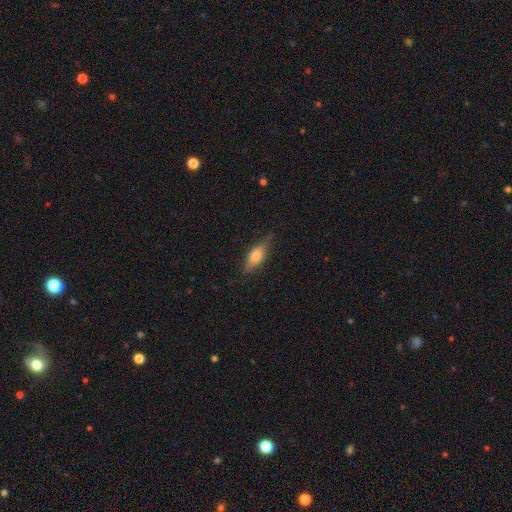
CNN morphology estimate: smooth-or-featured: smooth: 62% | featured or disk: 31% | star or artifact: 7%
  how-rounded: in between: 62% | cigar-shaped: 34% | round: 3%
  merging: none: 77% | minor disturbance: 18% | major disturbance: 4% | merger: 1%